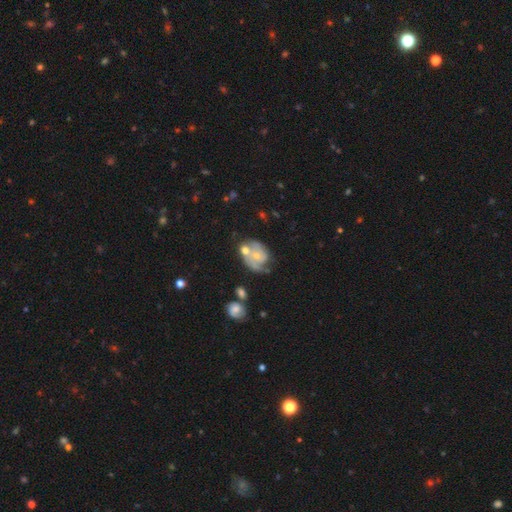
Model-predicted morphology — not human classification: smooth_or_featured: featured or disk (p=0.72) [alt: smooth p=0.22]
disk_edge_on: no (p=0.97) [alt: yes p=0.03]
bar: no (p=0.72) [alt: weak p=0.24]
has_spiral_arms: yes (p=0.85) [alt: no p=0.15]
spiral_winding: tight (p=0.42) [alt: medium p=0.39]
spiral_arm_count: 2 (p=0.46) [alt: 1 p=0.22]
bulge_size: small (p=0.60) [alt: moderate p=0.34]
merging: none (p=0.39) [alt: merger p=0.24]